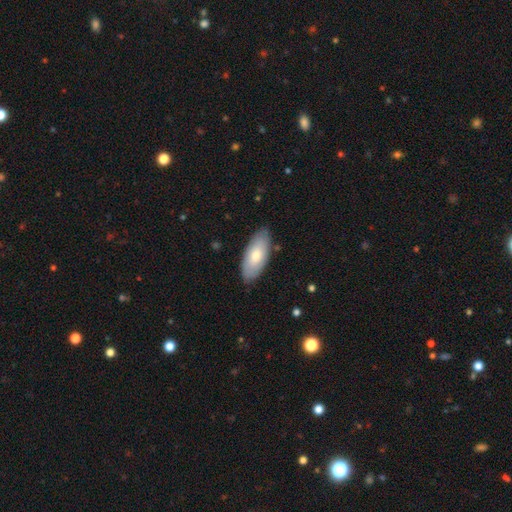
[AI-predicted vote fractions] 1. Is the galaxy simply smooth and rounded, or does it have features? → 67% smooth, 27% featured or disk, 6% star or artifact.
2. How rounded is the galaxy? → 88% in between, 10% cigar-shaped, 2% round.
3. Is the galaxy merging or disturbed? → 84% none, 13% minor disturbance, 2% major disturbance, 1% merger.